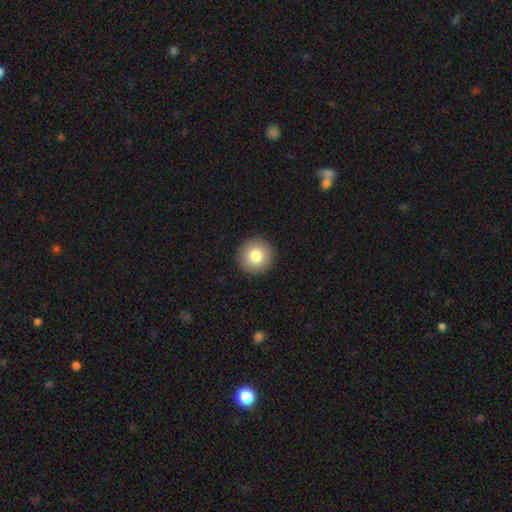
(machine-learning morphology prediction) Smooth or featured? Predicted: smooth (p=0.81). How rounded? Predicted: round (p=0.96). Merging? Predicted: none (p=0.93).